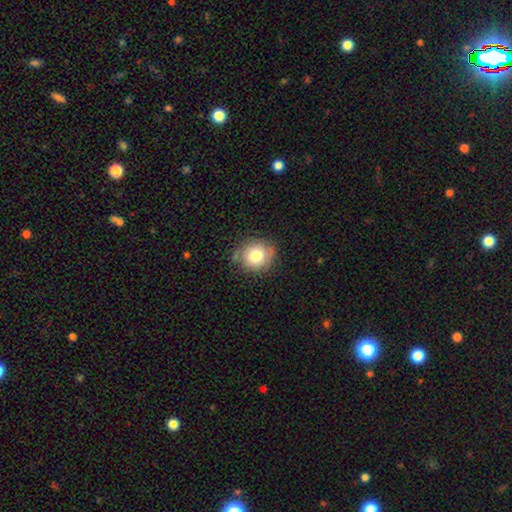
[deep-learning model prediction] Smooth or featured? smooth (76%)
How rounded? round (86%)
Merging? none (77%)